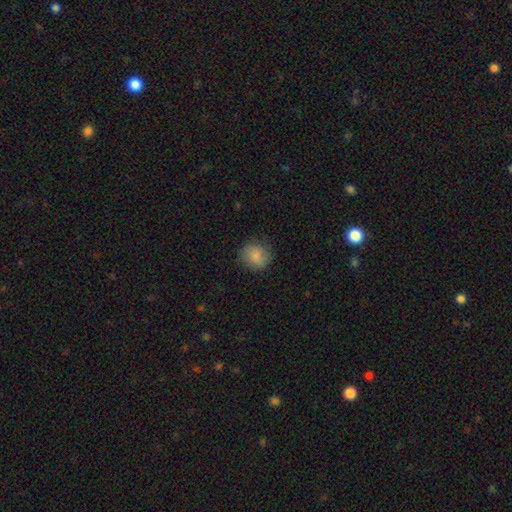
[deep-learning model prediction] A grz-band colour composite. It shows a smooth galaxy with no disk features (84%) that is round (81%). Merging: none (80%).